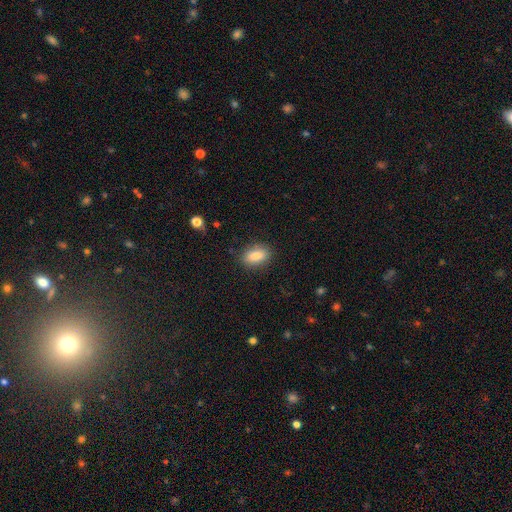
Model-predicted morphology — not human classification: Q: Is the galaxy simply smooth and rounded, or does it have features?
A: smooth — 86%.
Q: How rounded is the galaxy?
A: in between — 86%.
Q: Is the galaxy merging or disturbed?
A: none — 86%.